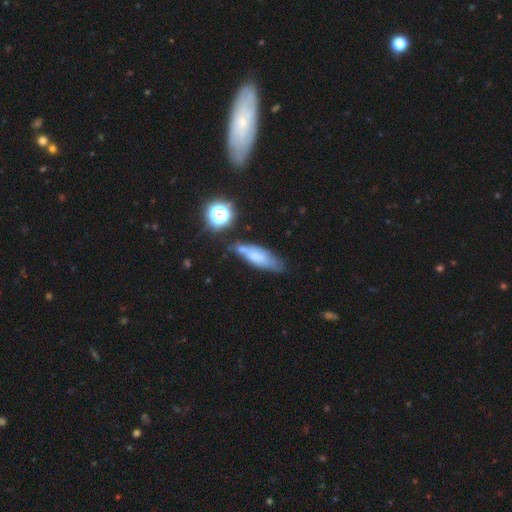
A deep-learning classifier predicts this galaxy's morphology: This is likely a smooth galaxy (62%). How rounded: possibly in between (51%). Merging: possibly none (51%).